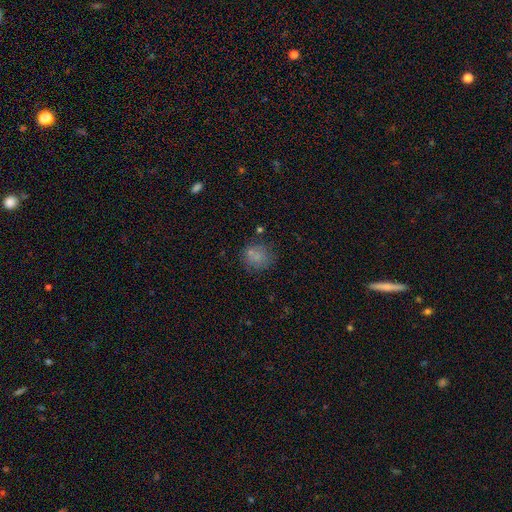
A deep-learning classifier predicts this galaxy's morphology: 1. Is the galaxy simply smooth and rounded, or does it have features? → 75% smooth, 14% star or artifact, 11% featured or disk.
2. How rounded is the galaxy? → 80% round, 19% in between, 1% cigar-shaped.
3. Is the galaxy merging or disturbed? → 68% none, 17% minor disturbance, 7% major disturbance, 7% merger.